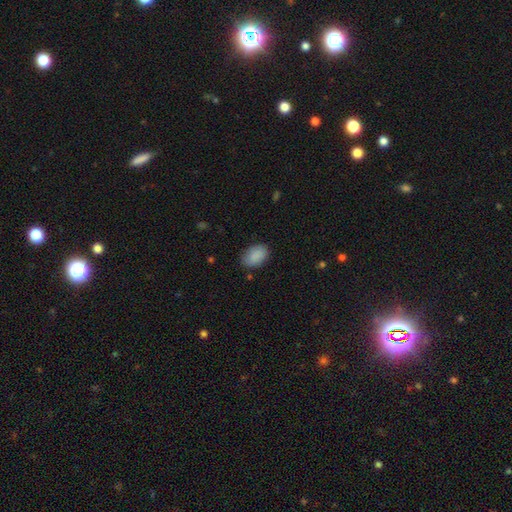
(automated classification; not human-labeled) Smooth or featured?
  - smooth: 90% *
  - star or artifact: 7%
  - featured or disk: 4%
How rounded?
  - in between: 90% *
  - round: 9%
  - cigar-shaped: 1%
Merging?
  - none: 82% *
  - minor disturbance: 14%
  - major disturbance: 3%
  - merger: 1%